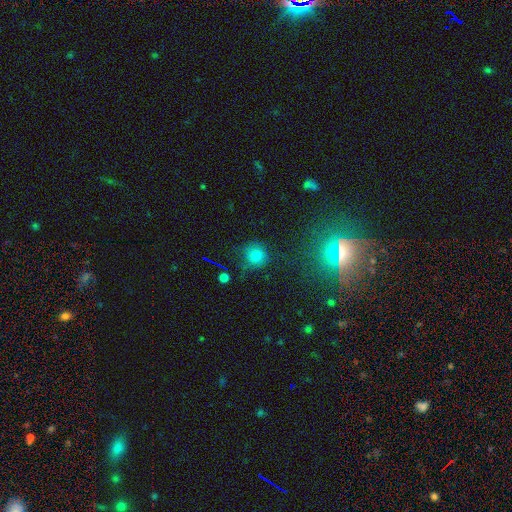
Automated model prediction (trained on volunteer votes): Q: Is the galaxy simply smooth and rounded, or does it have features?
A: smooth — 74%.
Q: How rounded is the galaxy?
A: round — 89%.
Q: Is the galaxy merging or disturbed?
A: none — 72%.